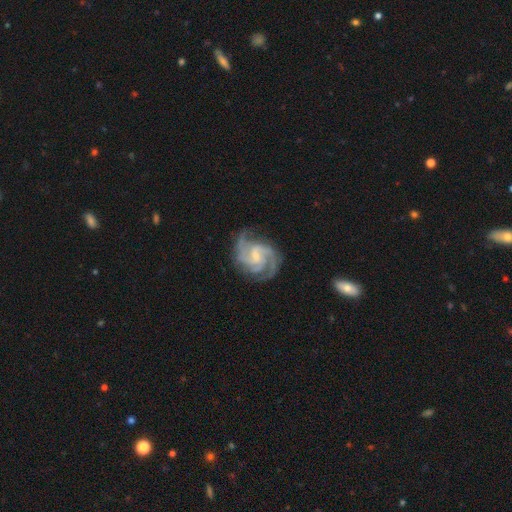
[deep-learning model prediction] Smooth or featured?
  - featured or disk: 92% *
  - star or artifact: 4%
  - smooth: 4%
Edge-on disk?
  - no: 98% *
  - yes: 2%
Bar?
  - weak: 54% *
  - no: 33%
  - strong: 13%
Spiral arms?
  - yes: 98% *
  - no: 2%
Spiral winding?
  - medium: 50% *
  - tight: 42%
  - loose: 9%
Spiral arm count?
  - 3: 46% *
  - 2: 25%
  - 4: 11%
  - can't tell: 9%
  - more than 4: 5%
  - 1: 5%
Bulge size?
  - small: 60% *
  - moderate: 26%
  - none: 11%
  - large: 2%
  - dominant: 1%
Merging?
  - none: 75% *
  - minor disturbance: 17%
  - major disturbance: 7%
  - merger: 1%